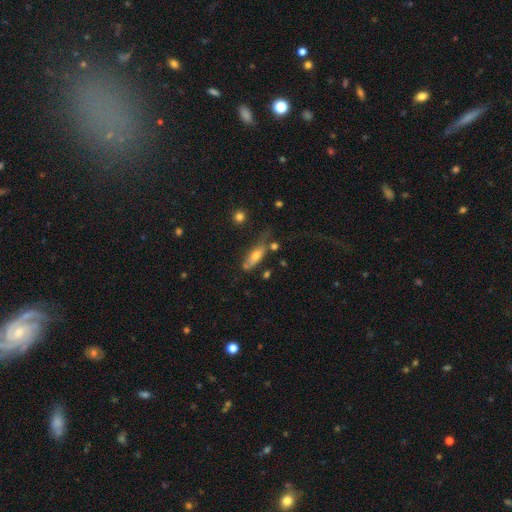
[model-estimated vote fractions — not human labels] Smooth or featured: smooth — 58% (featured or disk — 34%)
How rounded: in between — 54% (cigar-shaped — 43%)
Merging: none — 45% (minor disturbance — 28%)